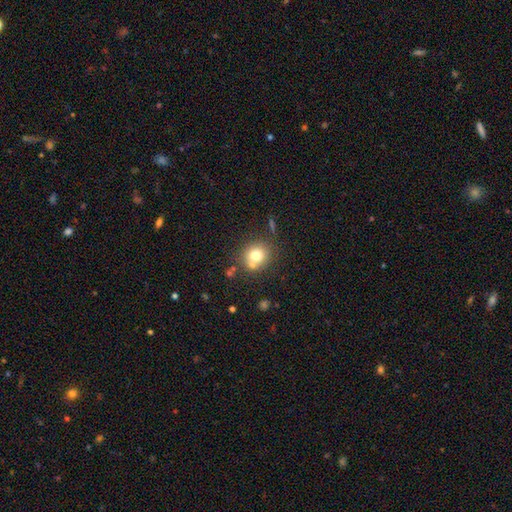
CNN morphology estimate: This appears to be a smooth galaxy with no disk features (74%) that is round (83%). Merging: none (68%).